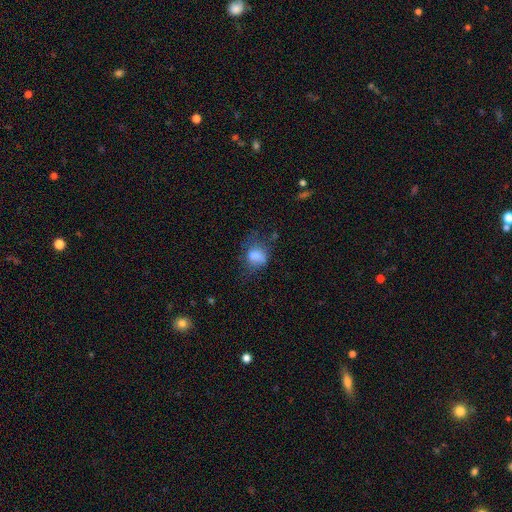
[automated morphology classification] This appears to be a smooth galaxy with no disk features (73%) that is in between round and cigar-shaped (55%). Merging: none (38%).